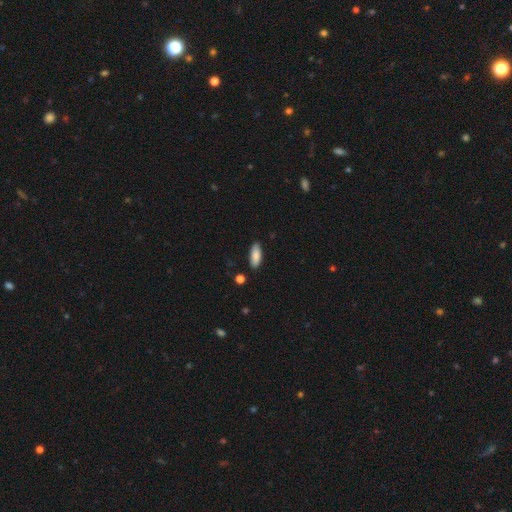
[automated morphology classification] Smooth or featured? Predicted: smooth (p=0.87). How rounded? Predicted: in between (p=0.72). Merging? Predicted: none (p=0.84).